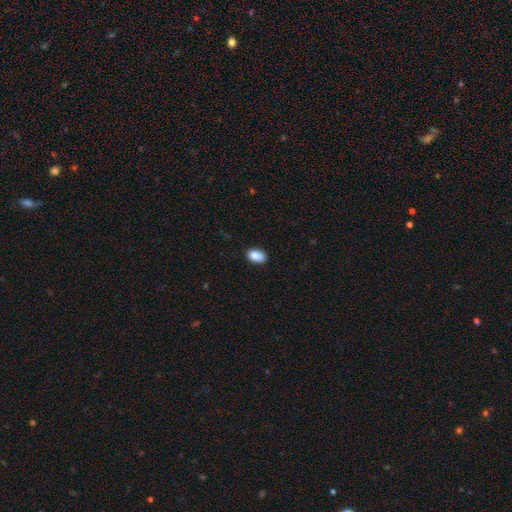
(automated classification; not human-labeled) Smooth or featured?
  - smooth: 89% *
  - star or artifact: 7%
  - featured or disk: 3%
How rounded?
  - in between: 90% *
  - round: 9%
  - cigar-shaped: 1%
Merging?
  - none: 87% *
  - minor disturbance: 11%
  - major disturbance: 2%
  - merger: 1%